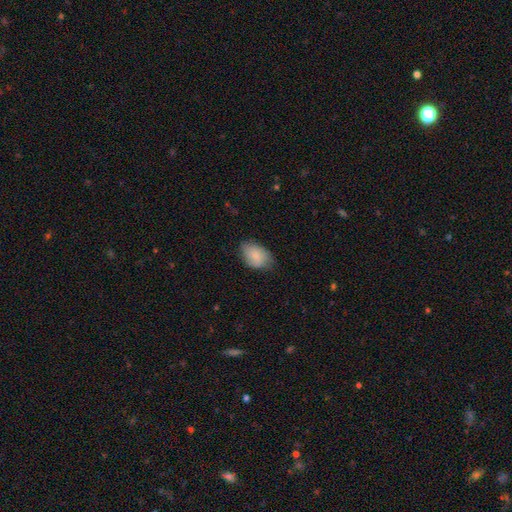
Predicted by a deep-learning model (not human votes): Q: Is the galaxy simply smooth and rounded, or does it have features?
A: smooth — 82%.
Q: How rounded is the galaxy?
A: in between — 87%.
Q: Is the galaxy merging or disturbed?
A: none — 67%.